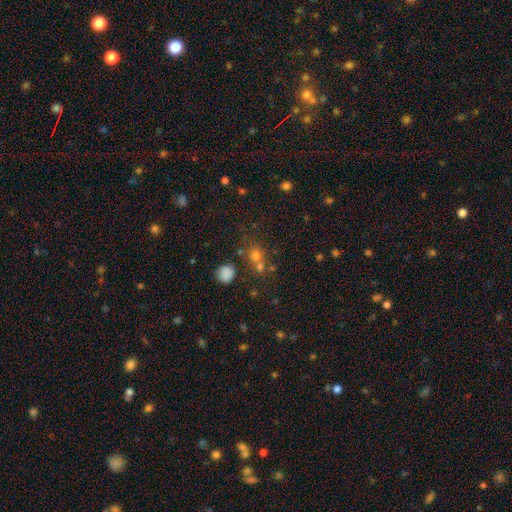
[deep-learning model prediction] This is likely a smooth galaxy (63%). How rounded: clearly round (81%). Merging: possibly none (55%).